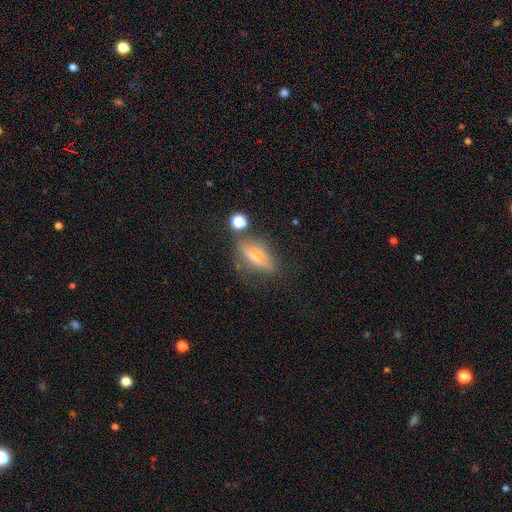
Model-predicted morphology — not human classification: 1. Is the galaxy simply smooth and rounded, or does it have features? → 44% smooth, 41% featured or disk, 14% star or artifact.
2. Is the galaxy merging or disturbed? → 61% none, 22% minor disturbance, 11% major disturbance, 7% merger.